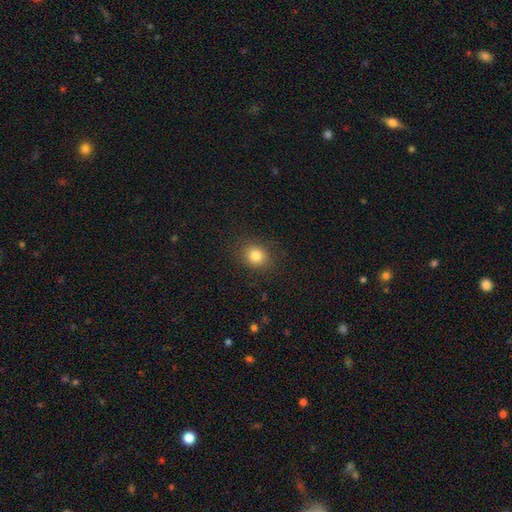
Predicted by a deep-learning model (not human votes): smooth-or-featured: smooth: 83% | star or artifact: 11% | featured or disk: 6%
  how-rounded: round: 70% | in between: 30% | cigar-shaped: 1%
  merging: none: 87% | minor disturbance: 9% | major disturbance: 3% | merger: 1%